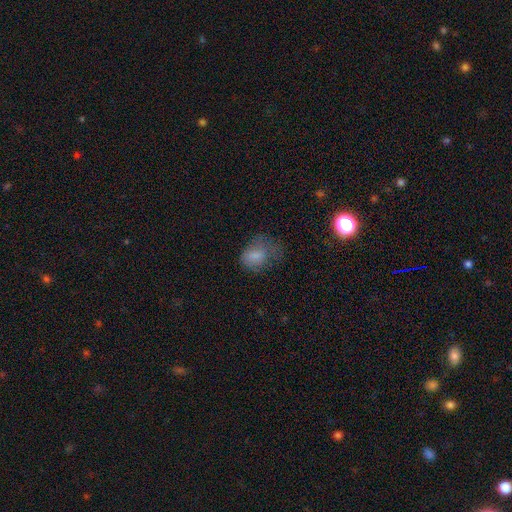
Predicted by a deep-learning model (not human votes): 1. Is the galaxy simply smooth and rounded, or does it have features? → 74% smooth, 14% featured or disk, 11% star or artifact.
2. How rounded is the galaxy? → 66% in between, 33% round, 1% cigar-shaped.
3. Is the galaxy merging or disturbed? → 39% major disturbance, 30% minor disturbance, 29% none, 2% merger.